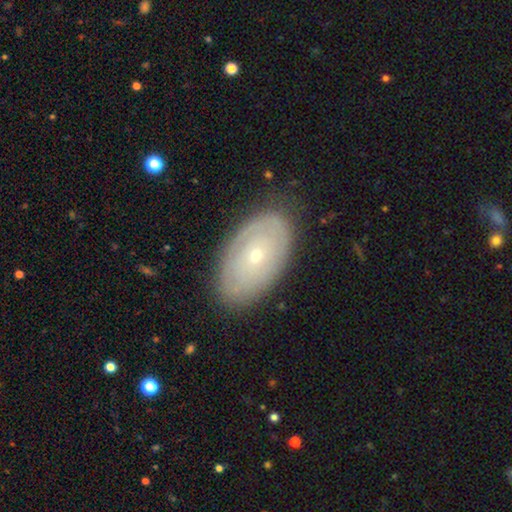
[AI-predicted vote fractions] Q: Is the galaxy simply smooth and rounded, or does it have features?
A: featured or disk — 56%.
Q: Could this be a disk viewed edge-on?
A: no — 91%.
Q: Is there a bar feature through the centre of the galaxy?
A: no — 87%.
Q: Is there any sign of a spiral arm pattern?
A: no — 51%.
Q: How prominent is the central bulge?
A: small — 72%.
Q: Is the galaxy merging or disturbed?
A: none — 82%.